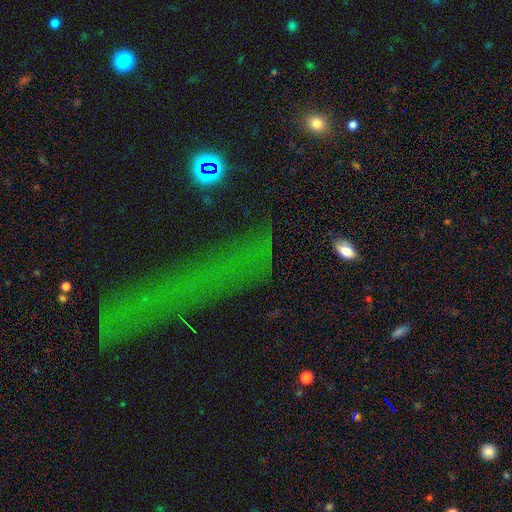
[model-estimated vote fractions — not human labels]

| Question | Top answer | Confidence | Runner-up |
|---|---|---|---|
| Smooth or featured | star or artifact | 62% | smooth (24%) |